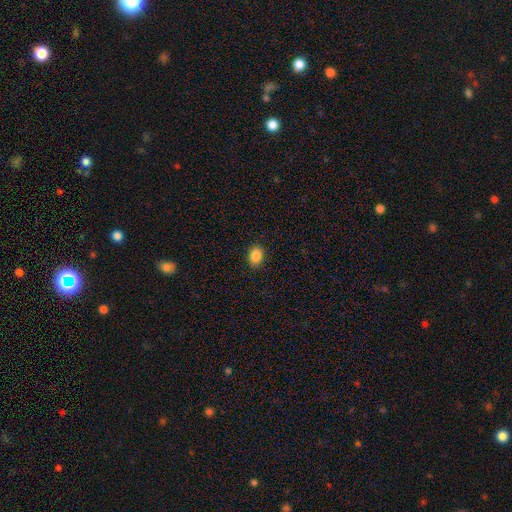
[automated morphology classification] Smooth or featured? smooth (87%)
How rounded? in between (69%)
Merging? none (89%)